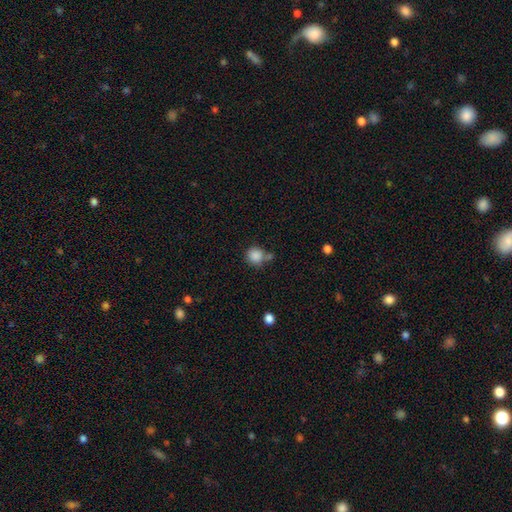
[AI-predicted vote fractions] smooth-or-featured: smooth: 86% | star or artifact: 9% | featured or disk: 4%
  how-rounded: round: 90% | in between: 9% | cigar-shaped: 1%
  merging: none: 60% | merger: 19% | minor disturbance: 16% | major disturbance: 6%